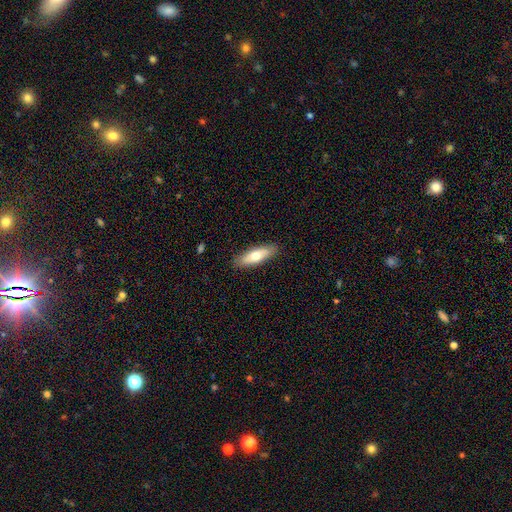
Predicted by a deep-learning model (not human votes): This is likely a smooth galaxy (63%). How rounded: possibly in between (51%). Merging: clearly none (88%).